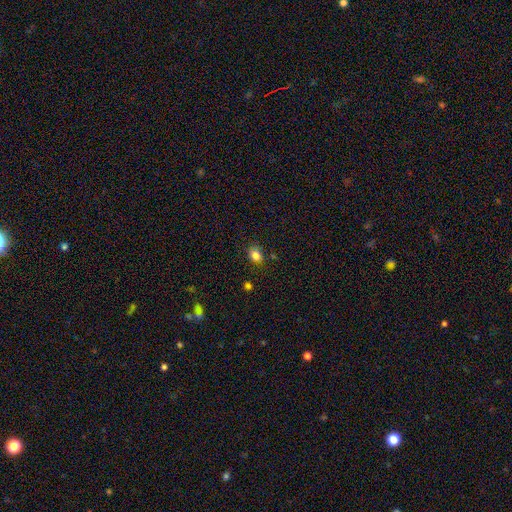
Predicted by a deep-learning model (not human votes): A smooth galaxy with no disk features (84%) that is in between round and cigar-shaped (62%).

Vote fractions:
- Smooth or featured? smooth: 84% / star or artifact: 11% / featured or disk: 5%
- How rounded? in between: 62% / round: 37% / cigar-shaped: 1%
- Merging? none: 81% / minor disturbance: 13% / major disturbance: 3% / merger: 3%